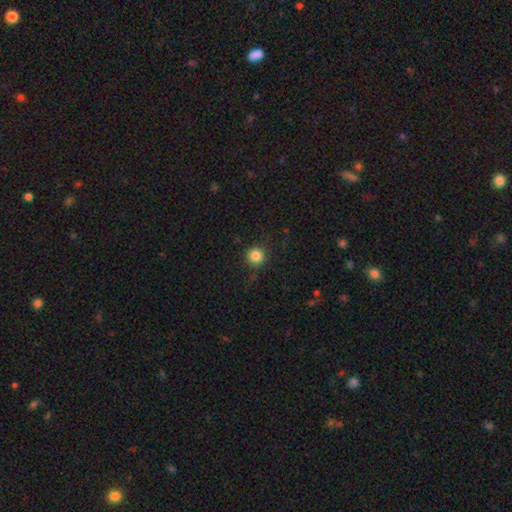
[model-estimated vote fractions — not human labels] A smooth galaxy with no disk features (85%) that is round (94%).

Vote fractions:
- Smooth or featured? smooth: 85% / star or artifact: 11% / featured or disk: 4%
- How rounded? round: 94% / in between: 5% / cigar-shaped: 1%
- Merging? none: 84% / minor disturbance: 11% / major disturbance: 4% / merger: 1%